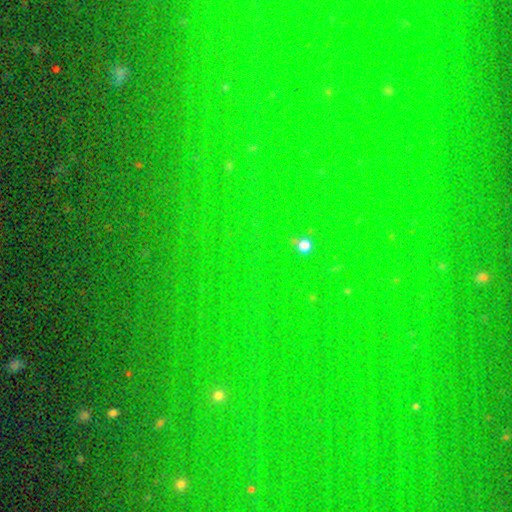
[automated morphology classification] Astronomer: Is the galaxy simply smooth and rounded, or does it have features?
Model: star or artifact — 81%.